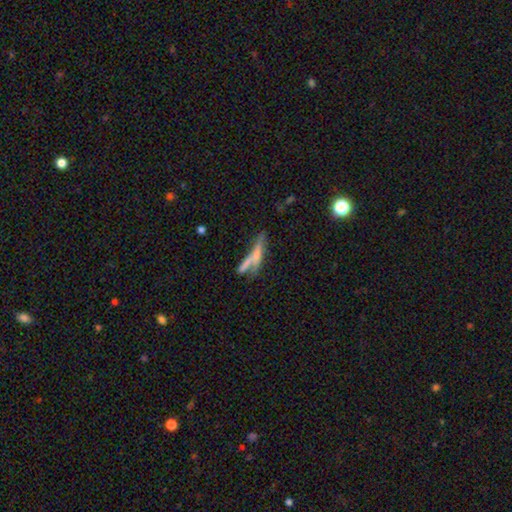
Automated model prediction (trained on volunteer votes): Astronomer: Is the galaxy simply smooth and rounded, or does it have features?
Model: smooth — 51% (runner-up: featured or disk, 38%).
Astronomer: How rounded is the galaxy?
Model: cigar-shaped — 84%.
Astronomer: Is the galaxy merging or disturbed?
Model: merger — 38%, tied with none at 38%.